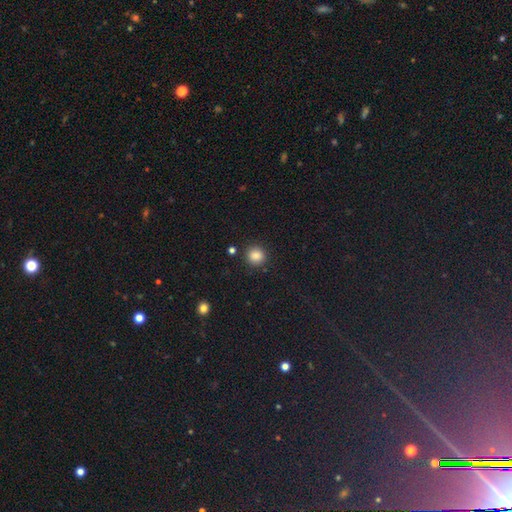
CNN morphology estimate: Smooth or featured: smooth — 86% (star or artifact — 11%)
How rounded: round — 90% (in between — 9%)
Merging: none — 89% (minor disturbance — 7%)